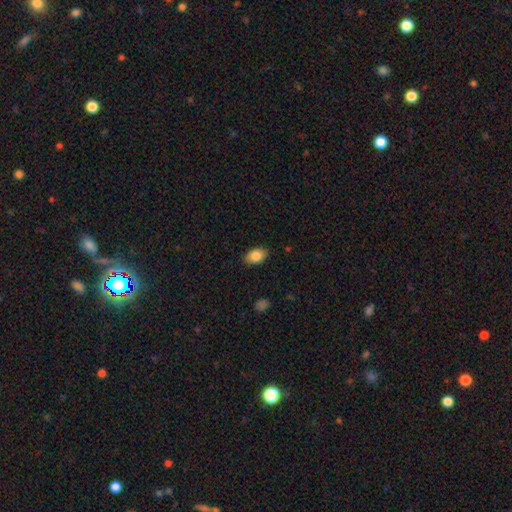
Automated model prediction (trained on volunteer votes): Smooth or featured? smooth (84%)
How rounded? in between (88%)
Merging? none (86%)